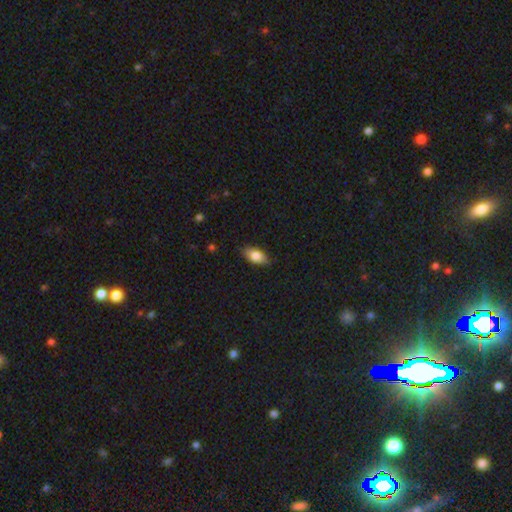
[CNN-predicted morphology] A smooth galaxy with no disk features (81%) that is in between round and cigar-shaped (89%).

Vote fractions:
- Smooth or featured? smooth: 81% / featured or disk: 12% / star or artifact: 7%
- How rounded? in between: 89% / cigar-shaped: 6% / round: 4%
- Merging? none: 85% / minor disturbance: 12% / major disturbance: 2% / merger: 1%